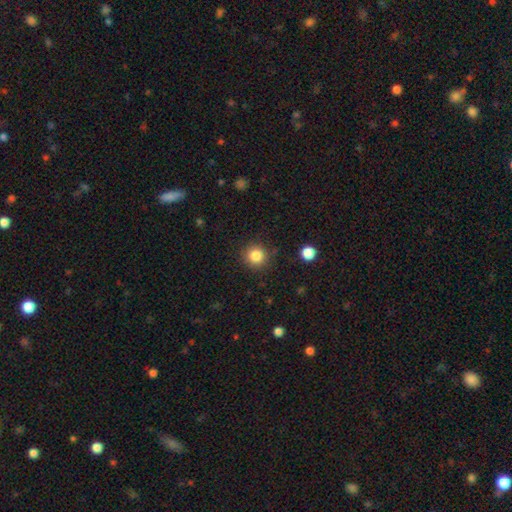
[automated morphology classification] A smooth galaxy with no disk features (84%) that is round (93%). Merging: none (88%).